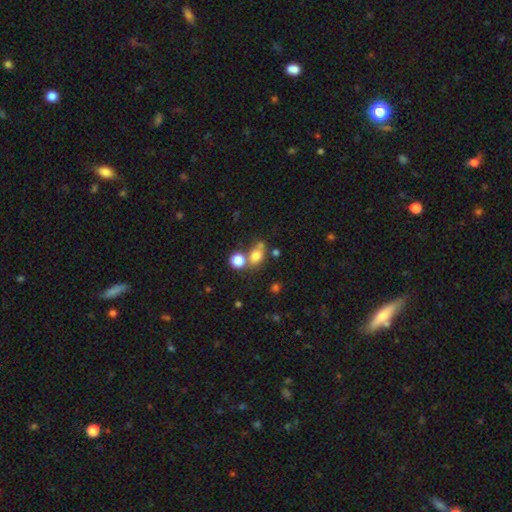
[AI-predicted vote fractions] smooth-or-featured: smooth: 74% | star or artifact: 16% | featured or disk: 11%
  how-rounded: round: 55% | in between: 43% | cigar-shaped: 2%
  merging: none: 49% | merger: 32% | minor disturbance: 12% | major disturbance: 7%